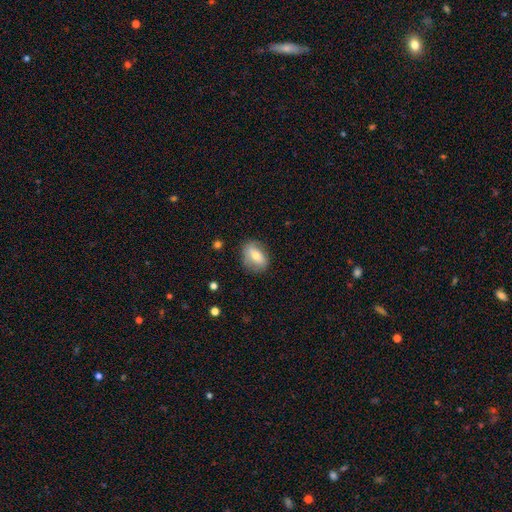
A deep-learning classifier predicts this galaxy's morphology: Q: Smooth or featured?
A: smooth (61%); runner-up: featured or disk (31%)
Q: How rounded?
A: in between (75%); runner-up: round (22%)
Q: Merging?
A: none (78%); runner-up: minor disturbance (16%)